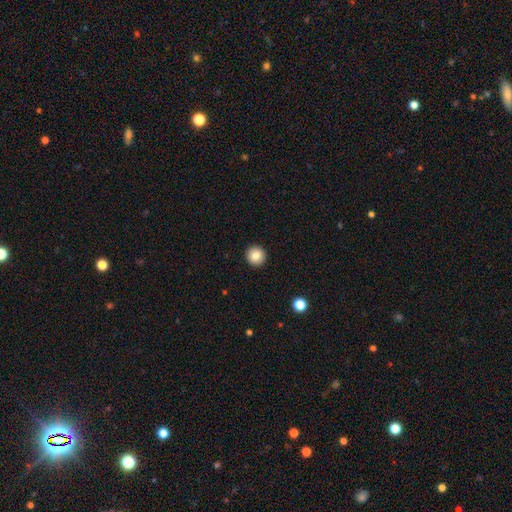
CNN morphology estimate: type=smooth (84%); roundness=round (94%); merging=none (93%).